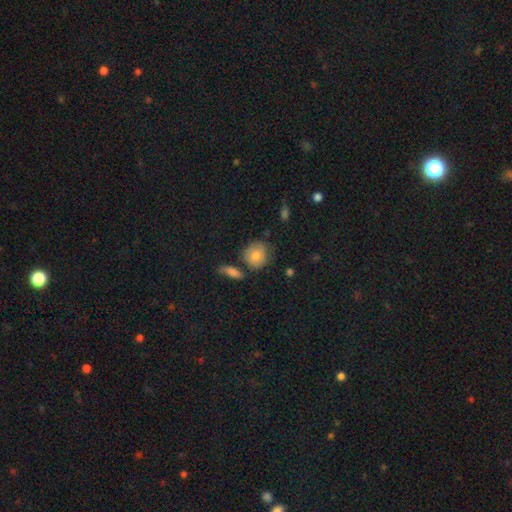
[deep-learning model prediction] Smooth or featured?
  - smooth: 74% *
  - featured or disk: 18%
  - star or artifact: 9%
How rounded?
  - round: 77% *
  - in between: 21%
  - cigar-shaped: 2%
Merging?
  - none: 61% *
  - minor disturbance: 23%
  - merger: 10%
  - major disturbance: 7%